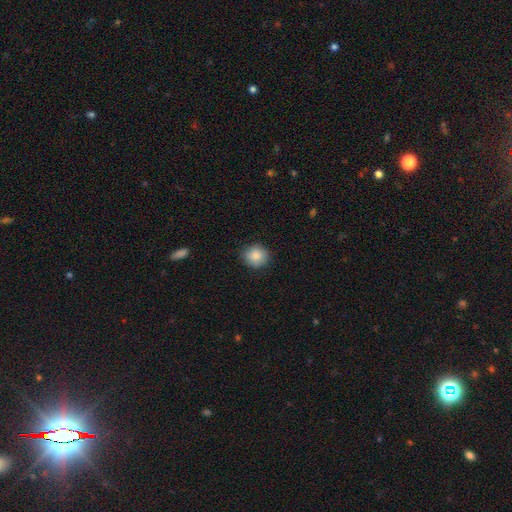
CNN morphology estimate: This appears to be a smooth galaxy with no disk features (85%) that is round (86%). Merging: none (86%).